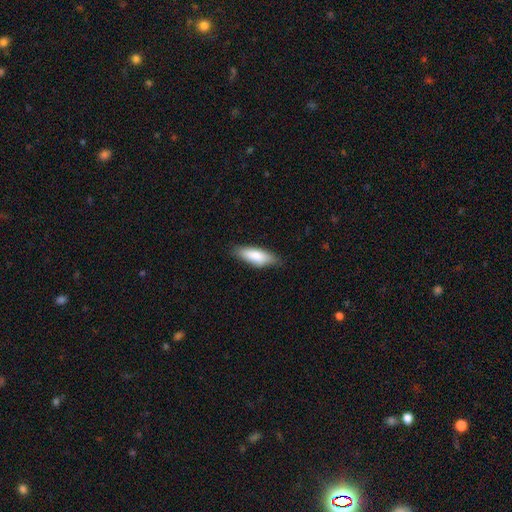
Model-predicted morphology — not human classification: smooth 80%, featured or disk 14%, star or artifact 6%. Down the decision tree: how rounded — in between (59%); merging — none (82%).